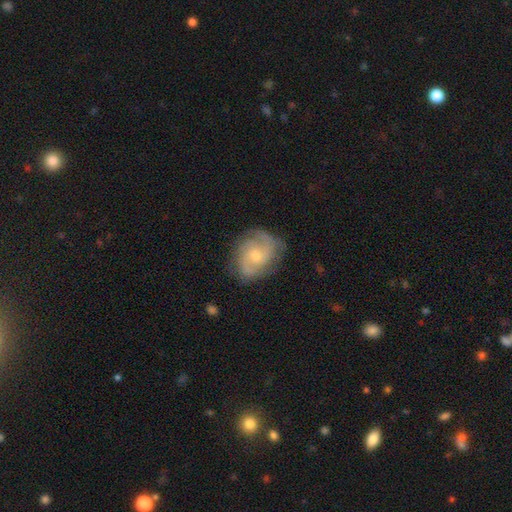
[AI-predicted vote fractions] Smooth or featured? featured or disk (81%)
Edge-on disk? no (98%)
Bar? no (61%)
Spiral arms? yes (95%)
Spiral winding? medium (46%)
Spiral arm count? 2 (61%)
Bulge size? small (52%)
Merging? none (75%)